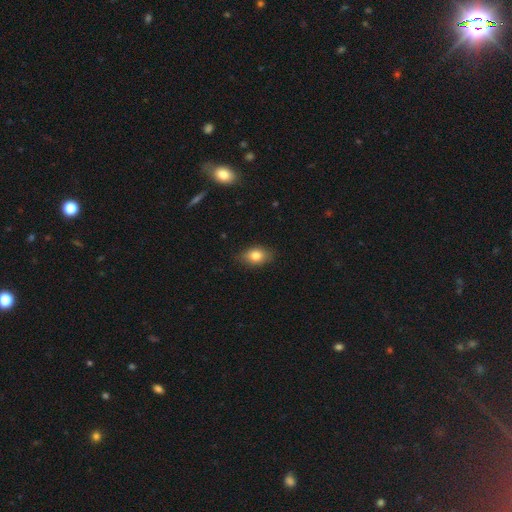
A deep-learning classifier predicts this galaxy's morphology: This is clearly a smooth galaxy (80%). How rounded: clearly in between (80%). Merging: clearly none (81%).